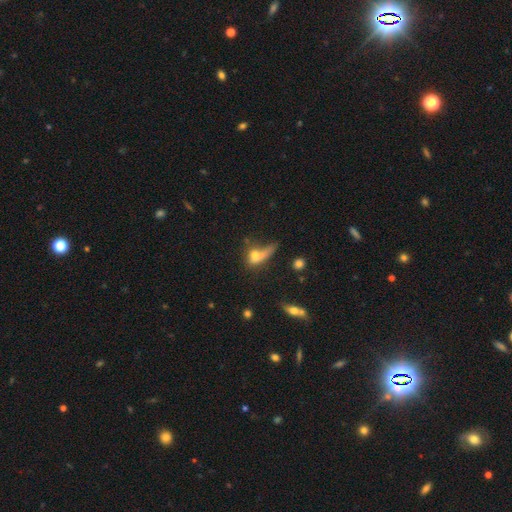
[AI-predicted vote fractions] This is likely a smooth galaxy (61%). How rounded: possibly in between (53%). Merging: marginally major disturbance (37%).